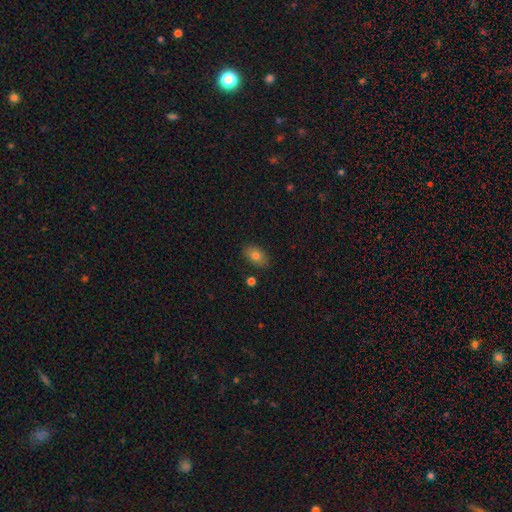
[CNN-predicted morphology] smooth-or-featured: smooth: 78% | featured or disk: 13% | star or artifact: 9%
  how-rounded: in between: 88% | round: 11% | cigar-shaped: 2%
  merging: none: 85% | minor disturbance: 10% | major disturbance: 2% | merger: 2%